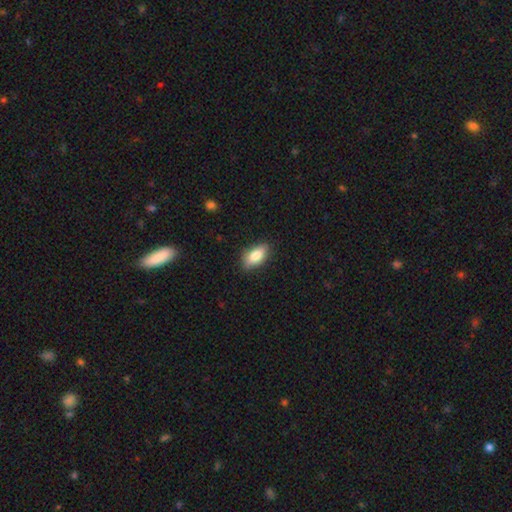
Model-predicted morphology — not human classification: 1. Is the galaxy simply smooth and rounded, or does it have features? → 82% smooth, 11% featured or disk, 7% star or artifact.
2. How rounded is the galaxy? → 87% in between, 9% cigar-shaped, 4% round.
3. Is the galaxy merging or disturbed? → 83% none, 13% minor disturbance, 3% major disturbance, 1% merger.